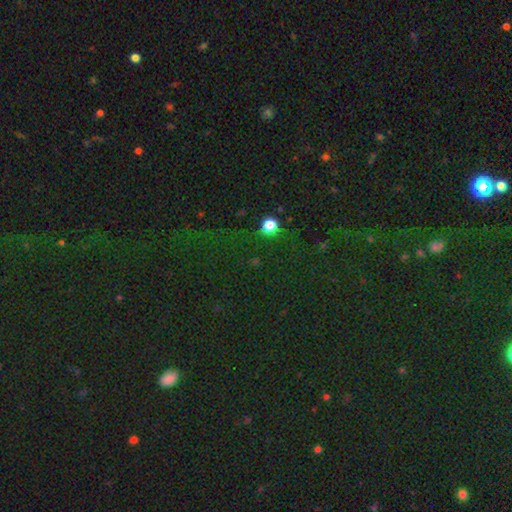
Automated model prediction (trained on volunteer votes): Smooth or featured? star or artifact (74%)